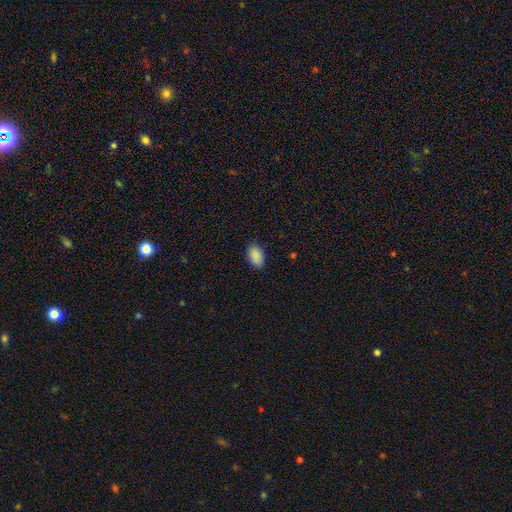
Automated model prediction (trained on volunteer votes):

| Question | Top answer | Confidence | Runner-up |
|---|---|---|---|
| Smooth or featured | smooth | 89% | star or artifact (7%) |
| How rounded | in between | 90% | round (9%) |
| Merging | none | 84% | minor disturbance (12%) |